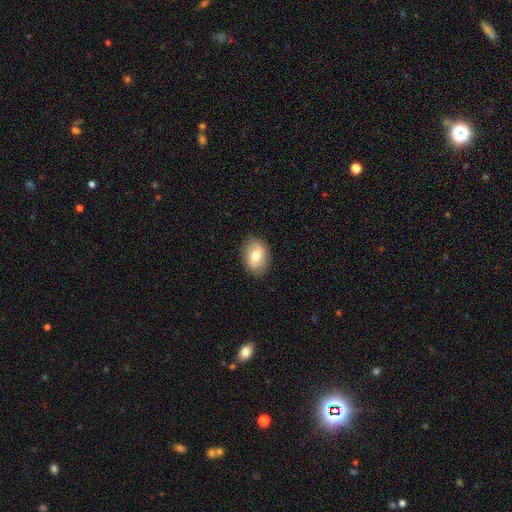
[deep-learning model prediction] A smooth galaxy with no disk features (68%) that is in between round and cigar-shaped (77%).

Vote fractions:
- Smooth or featured? smooth: 68% / featured or disk: 25% / star or artifact: 8%
- How rounded? in between: 77% / round: 22% / cigar-shaped: 1%
- Merging? none: 86% / minor disturbance: 10% / major disturbance: 3% / merger: 1%